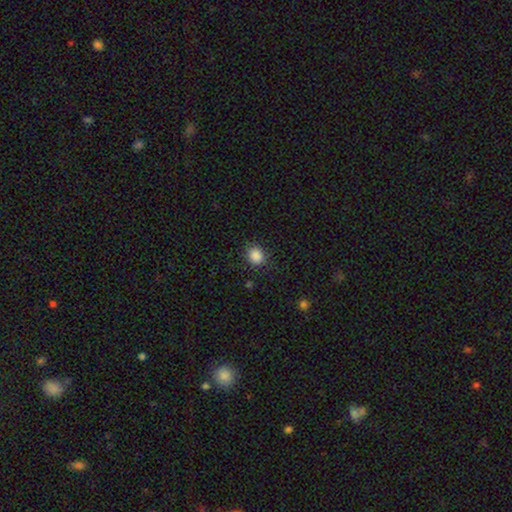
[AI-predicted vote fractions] Smooth or featured: smooth — 87% (star or artifact — 10%)
How rounded: round — 68% (in between — 31%)
Merging: none — 84% (minor disturbance — 11%)